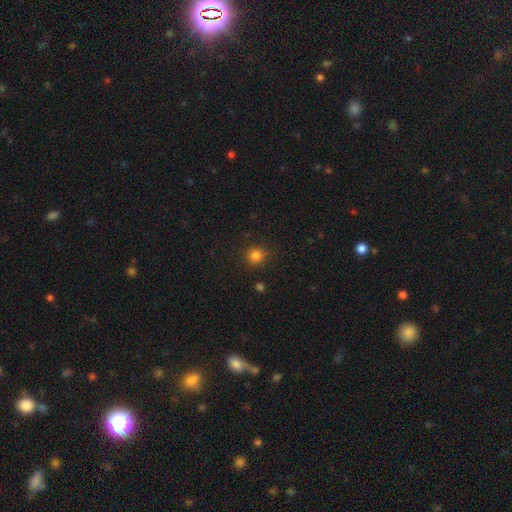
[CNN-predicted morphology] smooth-or-featured: smooth: 82% | star or artifact: 14% | featured or disk: 4%
  how-rounded: round: 91% | in between: 8% | cigar-shaped: 1%
  merging: none: 86% | minor disturbance: 9% | major disturbance: 3% | merger: 2%